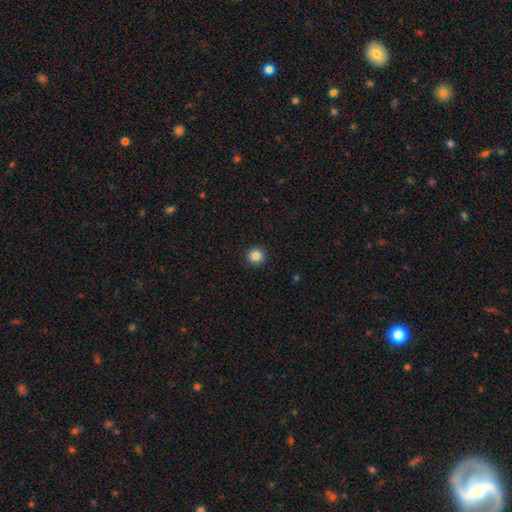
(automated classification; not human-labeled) A smooth galaxy with no disk features (85%) that is round (96%). Merging: none (93%).